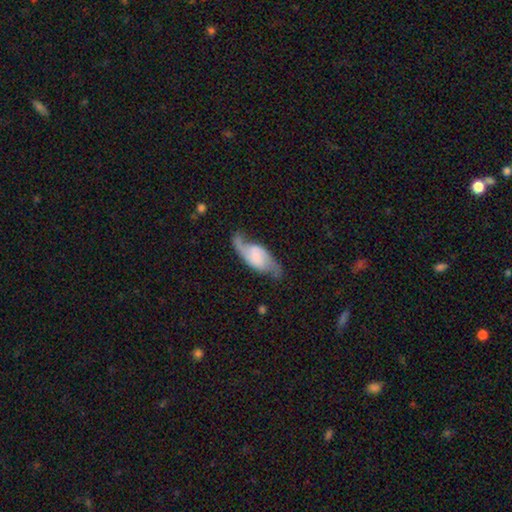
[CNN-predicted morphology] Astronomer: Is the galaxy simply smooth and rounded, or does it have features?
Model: featured or disk — 76%.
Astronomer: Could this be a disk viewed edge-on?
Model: no — 93%.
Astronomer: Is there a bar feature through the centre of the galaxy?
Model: no — 43% (runner-up: weak, 39%).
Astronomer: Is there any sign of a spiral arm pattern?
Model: yes — 95%.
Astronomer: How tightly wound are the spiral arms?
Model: loose — 62%.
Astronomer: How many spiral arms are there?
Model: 2 — 91%.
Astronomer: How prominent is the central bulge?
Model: none — 41% (runner-up: small, 26%).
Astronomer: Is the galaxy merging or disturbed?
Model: none — 67%.